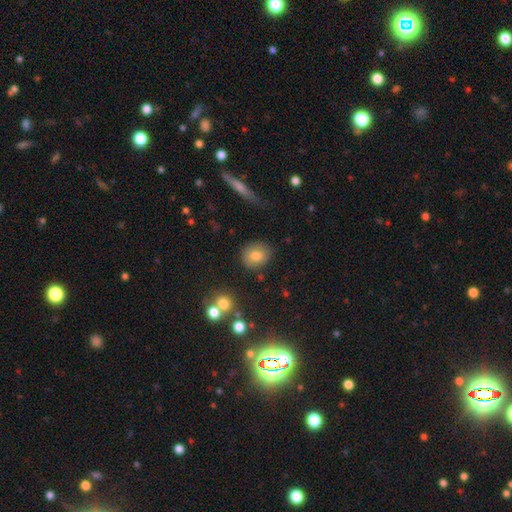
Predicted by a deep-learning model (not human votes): Smooth or featured: smooth — 79% (featured or disk — 12%)
How rounded: round — 67% (in between — 32%)
Merging: none — 80% (minor disturbance — 13%)